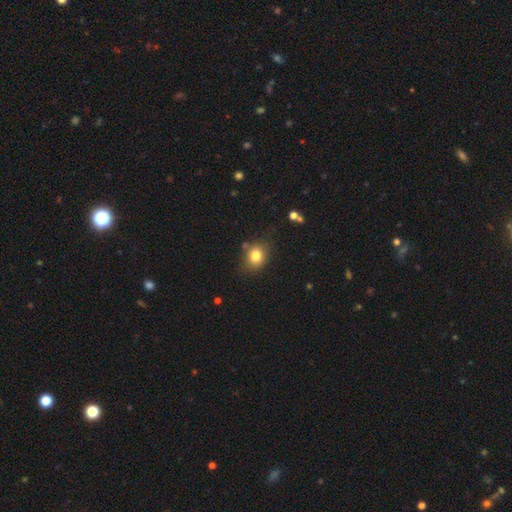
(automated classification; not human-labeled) The model was most divided on "how rounded": round: 62%, in between: 37%, cigar-shaped: 1%. More confident: smooth or featured — smooth (80%); merging — none (76%).